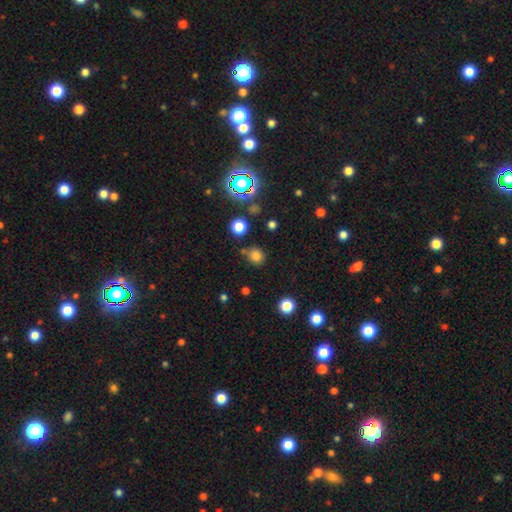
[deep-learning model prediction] smooth_or_featured: smooth (p=0.77) [alt: star or artifact p=0.17]
how_rounded: round (p=0.83) [alt: in between p=0.16]
merging: none (p=0.74) [alt: minor disturbance p=0.13]